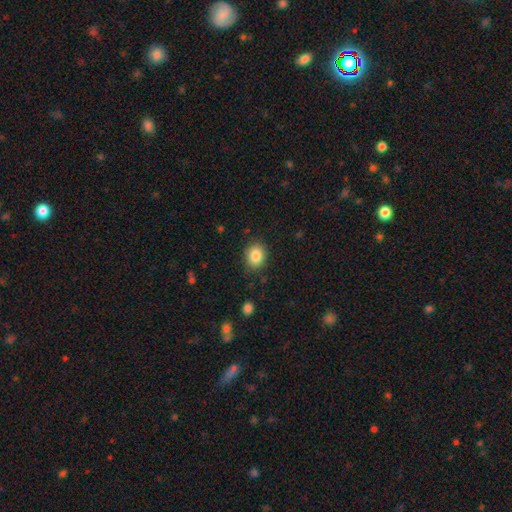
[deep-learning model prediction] This appears to be a smooth galaxy with no disk features (85%) that is round (52%). Merging: none (86%).